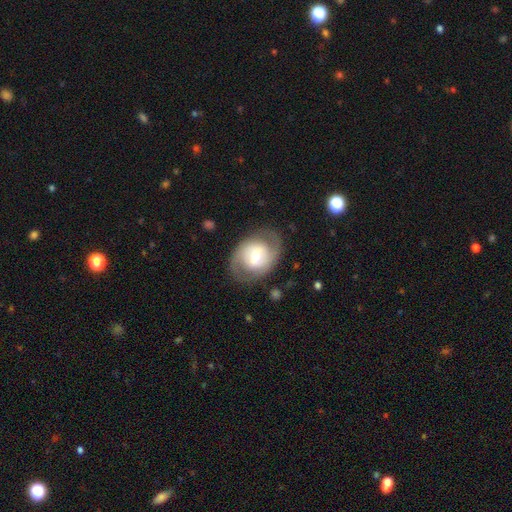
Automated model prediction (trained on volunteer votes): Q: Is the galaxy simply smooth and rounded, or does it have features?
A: featured or disk — 68%.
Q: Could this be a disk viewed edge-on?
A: no — 96%.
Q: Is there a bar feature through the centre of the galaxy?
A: weak — 48%.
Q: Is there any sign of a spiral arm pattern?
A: yes — 79%.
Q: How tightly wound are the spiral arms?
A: medium — 48%.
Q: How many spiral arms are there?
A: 2 — 85%.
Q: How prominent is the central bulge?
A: moderate — 57%.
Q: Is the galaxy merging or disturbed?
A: none — 78%.